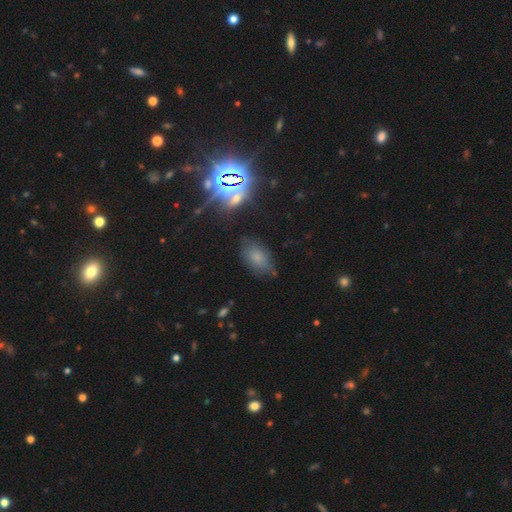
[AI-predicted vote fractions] Smooth or featured: smooth — 63% (star or artifact — 22%)
How rounded: in between — 89% (round — 8%)
Merging: none — 66% (minor disturbance — 23%)